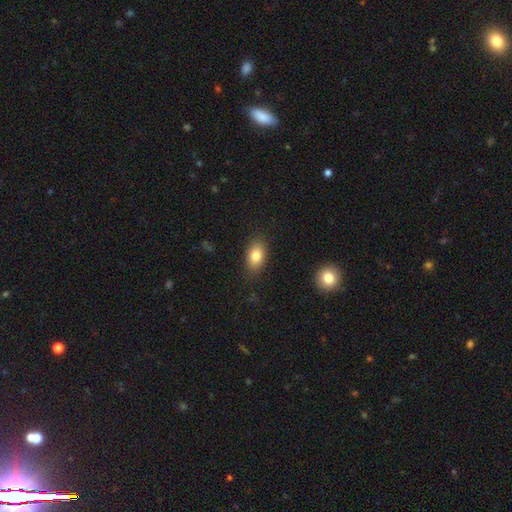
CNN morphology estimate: type=smooth (81%); roundness=in between (86%); merging=none (84%).